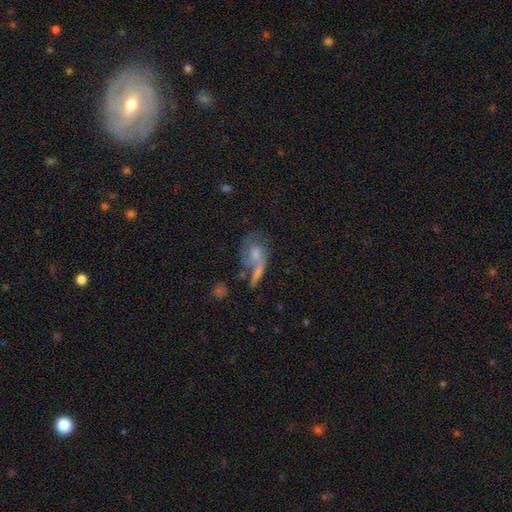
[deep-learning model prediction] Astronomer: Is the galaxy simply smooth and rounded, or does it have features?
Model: featured or disk — 47% (runner-up: smooth, 44%).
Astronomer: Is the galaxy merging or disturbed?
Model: none — 30% (runner-up: merger, 27%).